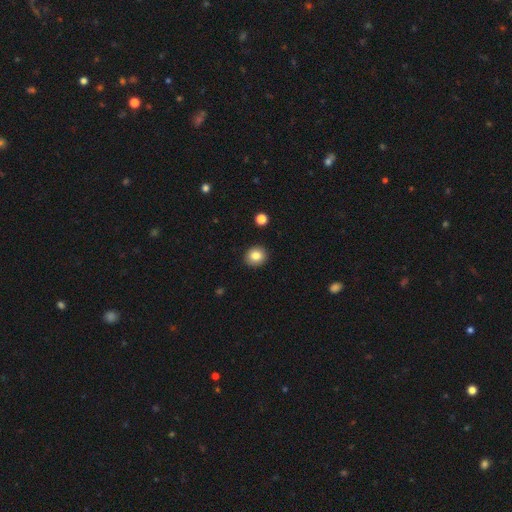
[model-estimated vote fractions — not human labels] smooth-or-featured: smooth: 84% | star or artifact: 10% | featured or disk: 7%
  how-rounded: round: 83% | in between: 16% | cigar-shaped: 1%
  merging: none: 91% | minor disturbance: 6% | major disturbance: 2% | merger: 1%